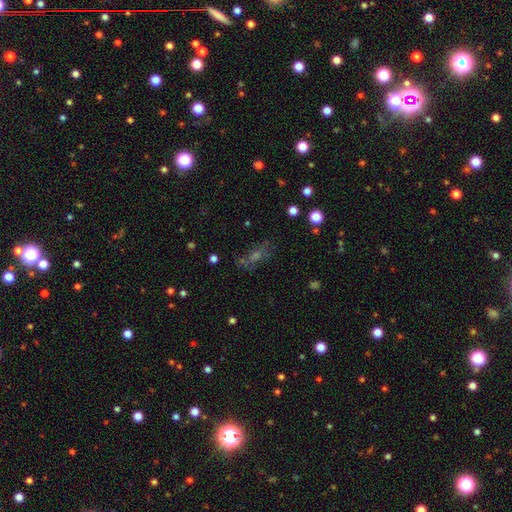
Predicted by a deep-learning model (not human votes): The model was most divided on "smooth or featured": smooth: 39%, star or artifact: 32%, featured or disk: 29%. More confident: merging — none (60%).